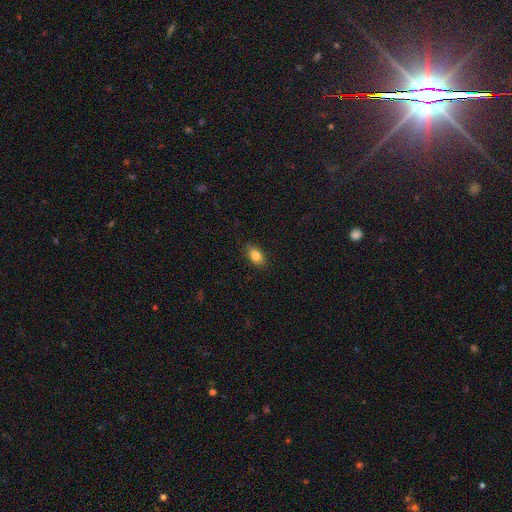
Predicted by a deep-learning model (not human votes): smooth 84%, star or artifact 8%, featured or disk 7%. Down the decision tree: how rounded — in between (88%); merging — none (86%).